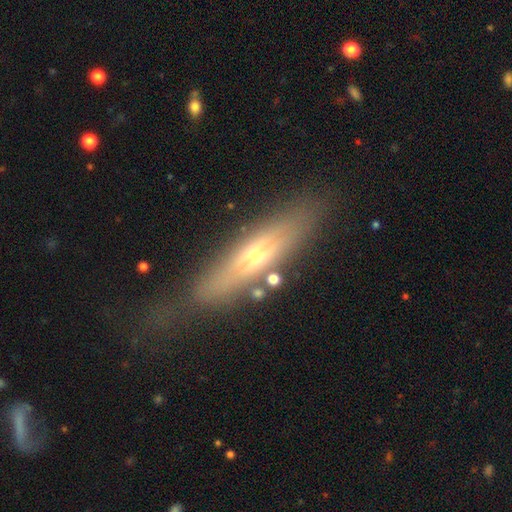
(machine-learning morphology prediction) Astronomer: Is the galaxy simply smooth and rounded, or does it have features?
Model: featured or disk — 55% (runner-up: smooth, 36%).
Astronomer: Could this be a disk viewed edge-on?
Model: yes — 75%.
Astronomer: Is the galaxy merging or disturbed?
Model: none — 68%.